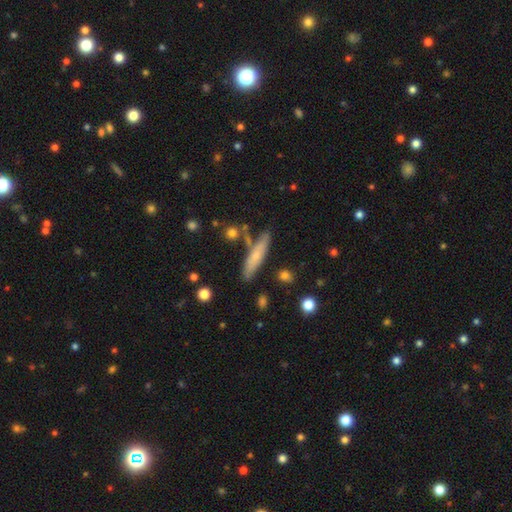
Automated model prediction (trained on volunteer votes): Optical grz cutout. It shows a smooth galaxy with no disk features (62%) that is cigar-shaped (82%). Merging: none (73%).